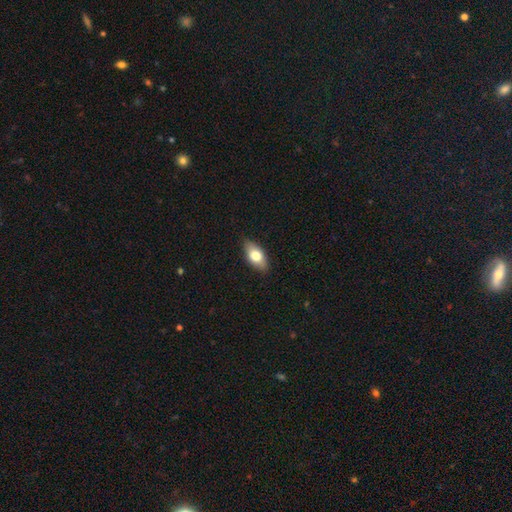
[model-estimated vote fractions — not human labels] Morphology: type=smooth (73%); roundness=in between (88%); merging=none (86%).